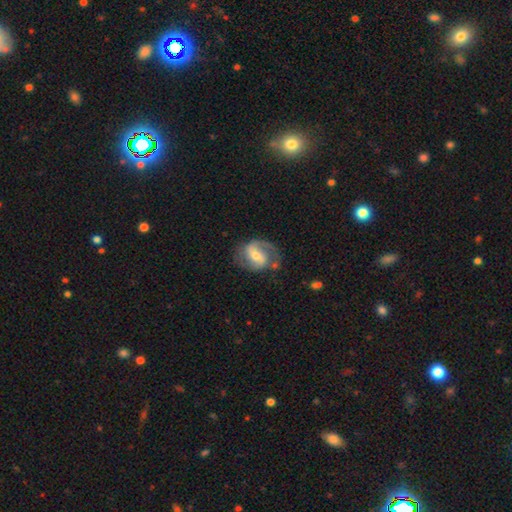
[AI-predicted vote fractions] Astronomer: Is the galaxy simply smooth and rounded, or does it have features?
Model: featured or disk — 79%.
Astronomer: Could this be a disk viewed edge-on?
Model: no — 97%.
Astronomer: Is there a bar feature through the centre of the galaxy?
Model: weak — 46% (runner-up: strong, 30%).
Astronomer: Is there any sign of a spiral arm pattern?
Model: yes — 93%.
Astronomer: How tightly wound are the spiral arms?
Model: medium — 50% (runner-up: loose, 28%).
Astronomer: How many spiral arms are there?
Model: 2 — 77%.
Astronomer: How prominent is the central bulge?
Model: moderate — 55% (runner-up: small, 37%).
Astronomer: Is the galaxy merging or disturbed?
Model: none — 65%.